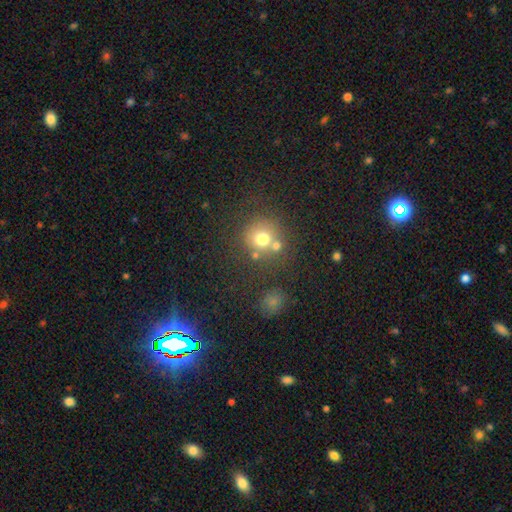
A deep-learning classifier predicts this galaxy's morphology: smooth 66%, star or artifact 22%, featured or disk 13%. Down the decision tree: how rounded — round (89%); merging — none (60%).